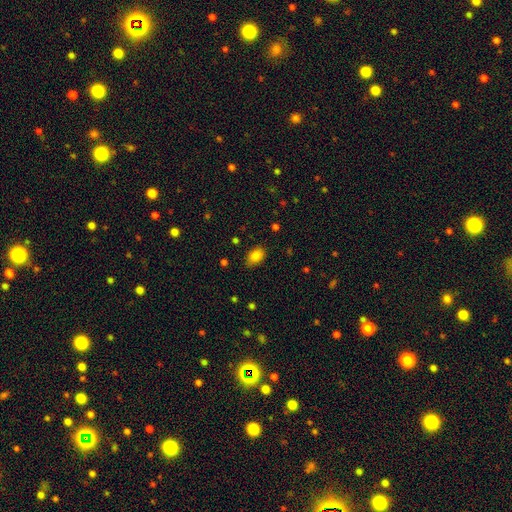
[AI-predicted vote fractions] A smooth galaxy with no disk features (84%) that is in between round and cigar-shaped (84%). Merging: none (82%).